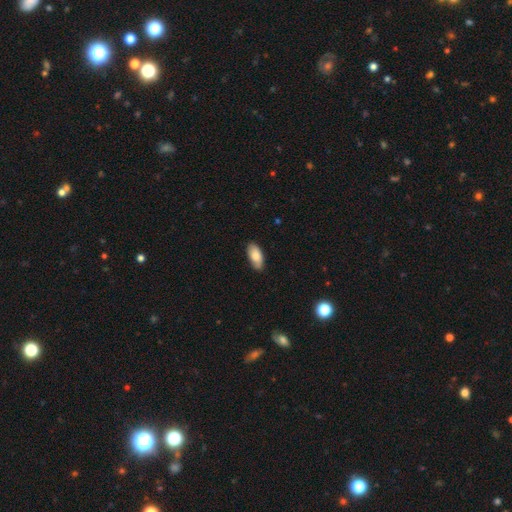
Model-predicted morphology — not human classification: This appears to be a smooth galaxy with no disk features (82%) that is in between round and cigar-shaped (92%). Merging: none (82%).